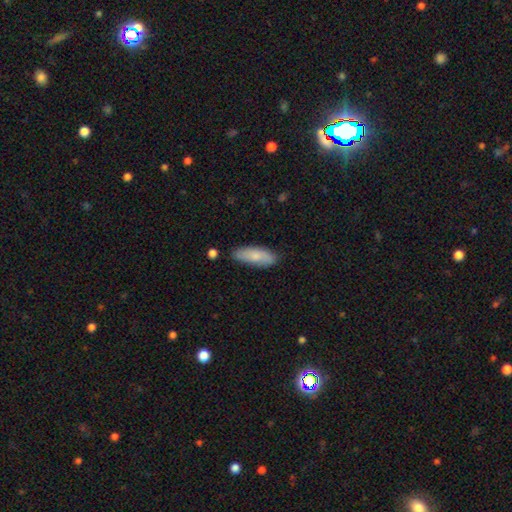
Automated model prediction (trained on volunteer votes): Smooth or featured: smooth — 78% (featured or disk — 16%)
How rounded: in between — 66% (cigar-shaped — 32%)
Merging: none — 78% (minor disturbance — 17%)